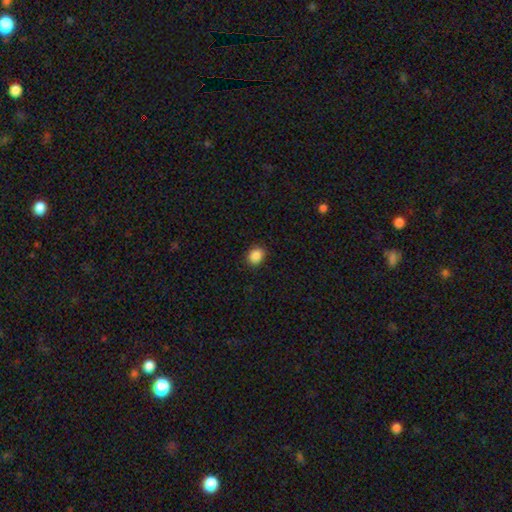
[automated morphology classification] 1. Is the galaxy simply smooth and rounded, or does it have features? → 88% smooth, 9% star or artifact, 3% featured or disk.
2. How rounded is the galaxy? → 52% round, 47% in between, 1% cigar-shaped.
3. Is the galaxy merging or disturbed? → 89% none, 7% minor disturbance, 2% major disturbance, 1% merger.